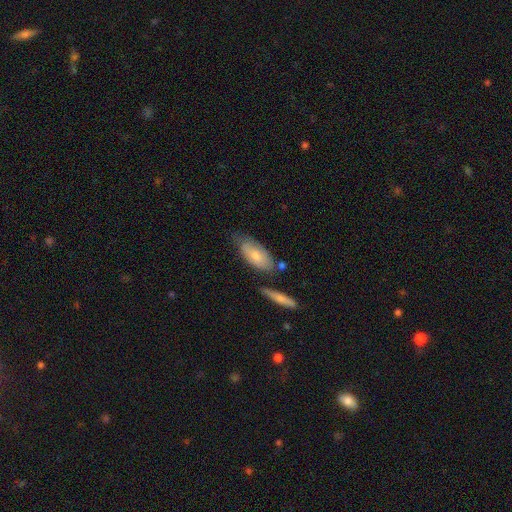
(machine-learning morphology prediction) A smooth galaxy with no disk features (71%) that is in between round and cigar-shaped (83%). Merging: none (59%).